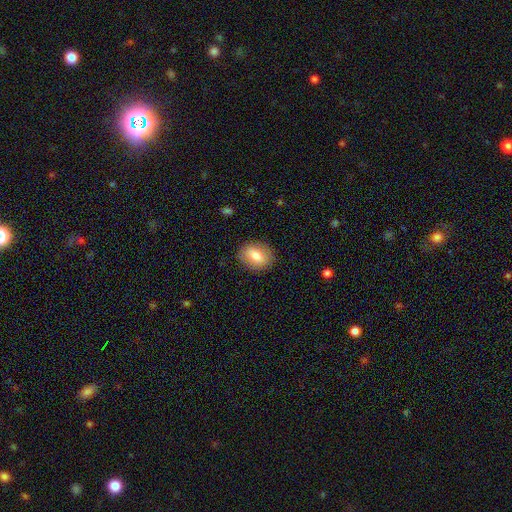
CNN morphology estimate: A smooth galaxy with no disk features (73%) that is in between round and cigar-shaped (69%). Merging: none (85%).